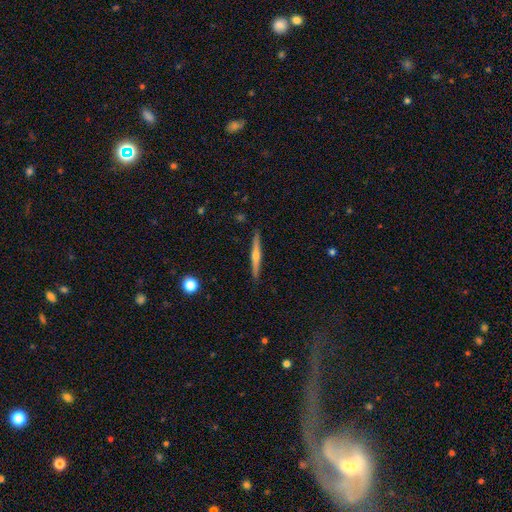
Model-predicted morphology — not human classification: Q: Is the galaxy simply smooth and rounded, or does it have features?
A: featured or disk — 63%.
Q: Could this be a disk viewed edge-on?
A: yes — 98%.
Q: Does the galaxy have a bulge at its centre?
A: rounded — 85%.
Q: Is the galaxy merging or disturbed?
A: none — 90%.